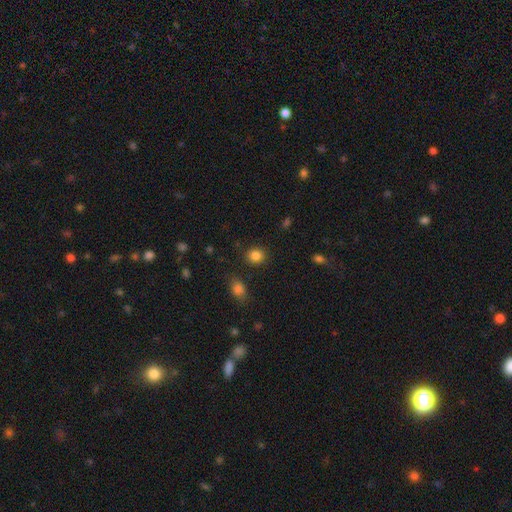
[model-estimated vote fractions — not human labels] smooth-or-featured: smooth: 85% | star or artifact: 10% | featured or disk: 4%
  how-rounded: round: 76% | in between: 23% | cigar-shaped: 1%
  merging: none: 87% | minor disturbance: 8% | major disturbance: 3% | merger: 2%